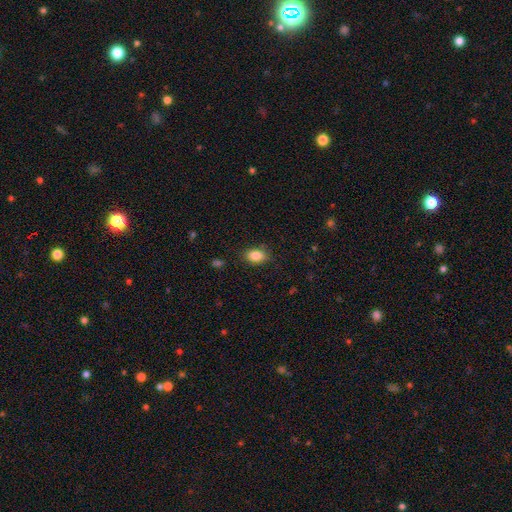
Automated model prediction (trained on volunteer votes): Smooth or featured? smooth (85%)
How rounded? in between (83%)
Merging? none (84%)